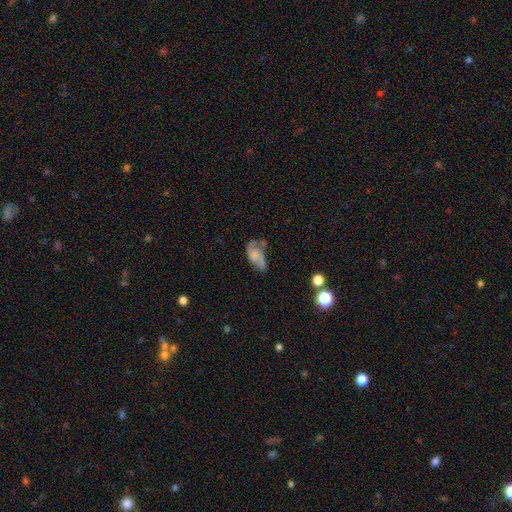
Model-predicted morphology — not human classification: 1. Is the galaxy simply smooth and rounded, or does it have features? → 63% featured or disk, 28% smooth, 9% star or artifact.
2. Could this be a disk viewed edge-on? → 96% no, 4% yes.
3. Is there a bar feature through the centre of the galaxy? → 66% no, 28% weak, 6% strong.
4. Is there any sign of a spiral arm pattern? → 83% yes, 17% no.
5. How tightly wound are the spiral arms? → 43% medium, 39% loose, 18% tight.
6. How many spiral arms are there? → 73% 2, 11% can't tell, 10% 1, 4% 3, 1% 4, 1% more than 4.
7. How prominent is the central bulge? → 39% none, 29% small, 22% moderate, 8% large, 2% dominant.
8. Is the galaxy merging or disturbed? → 37% none, 27% minor disturbance, 26% major disturbance, 10% merger.